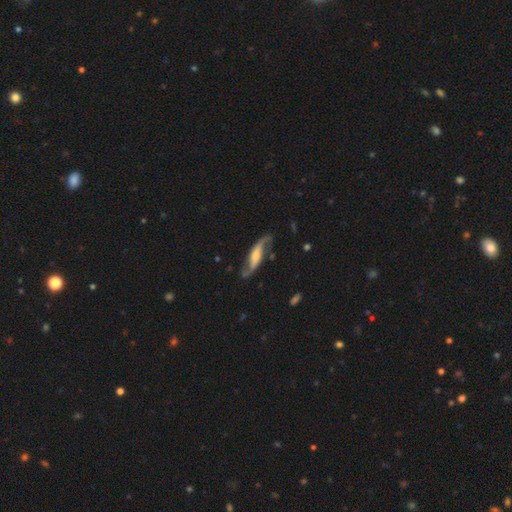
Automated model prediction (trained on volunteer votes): The model was most divided on "bulge size": moderate: 42%, small: 39%, large: 9%, none: 8%, dominant: 2%. Remaining: spiral arms — yes (96%); spiral arm count — 2 (92%); edge-on disk — no (87%); smooth or featured — featured or disk (84%); merging — none (75%); spiral winding — loose (72%); bar — no (39%).